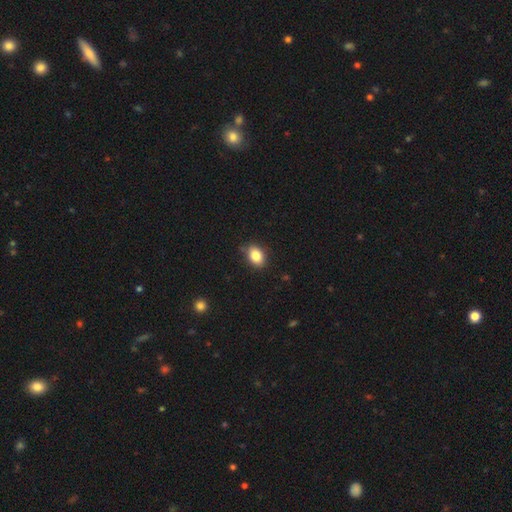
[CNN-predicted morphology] A smooth galaxy with no disk features (85%) that is in between round and cigar-shaped (77%). Merging: none (84%).